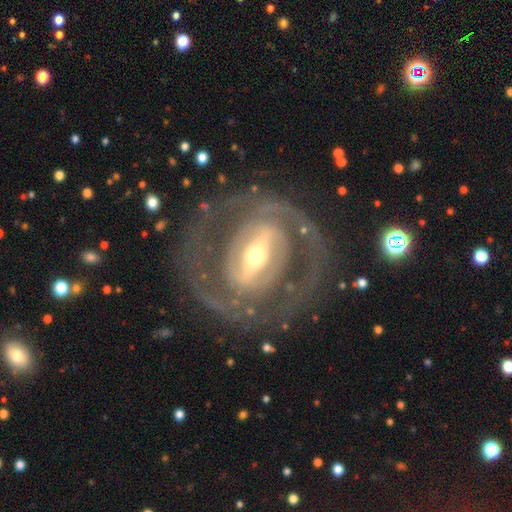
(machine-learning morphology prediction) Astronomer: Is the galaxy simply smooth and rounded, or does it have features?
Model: featured or disk — 87%.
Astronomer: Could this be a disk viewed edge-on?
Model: no — 95%.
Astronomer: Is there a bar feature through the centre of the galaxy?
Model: strong — 66%.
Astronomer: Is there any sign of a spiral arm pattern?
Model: yes — 80%.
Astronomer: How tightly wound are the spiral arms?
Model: tight — 53% (runner-up: medium, 35%).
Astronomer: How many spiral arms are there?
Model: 2 — 73%.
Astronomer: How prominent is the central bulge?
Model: moderate — 47% (runner-up: small, 44%).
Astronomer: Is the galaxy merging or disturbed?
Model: none — 76%.